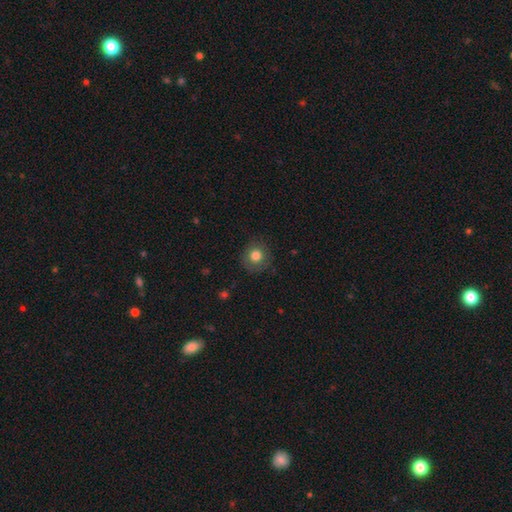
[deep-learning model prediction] Morphology: type=smooth (79%); roundness=round (90%); merging=none (84%).